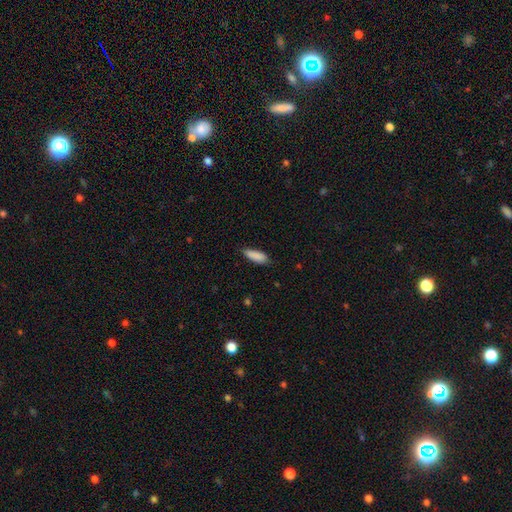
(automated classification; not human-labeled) The model was most divided on "how rounded": in between: 51%, cigar-shaped: 47%, round: 2%. More confident: smooth or featured — smooth (88%); merging — none (79%).